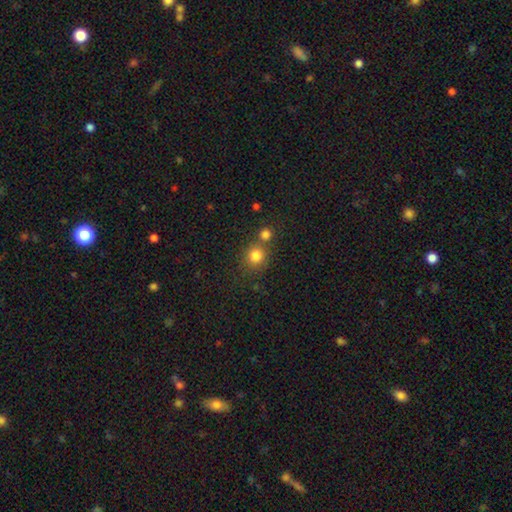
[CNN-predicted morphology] This appears to be a smooth galaxy with no disk features (80%) that is round (85%). Merging: none (60%).